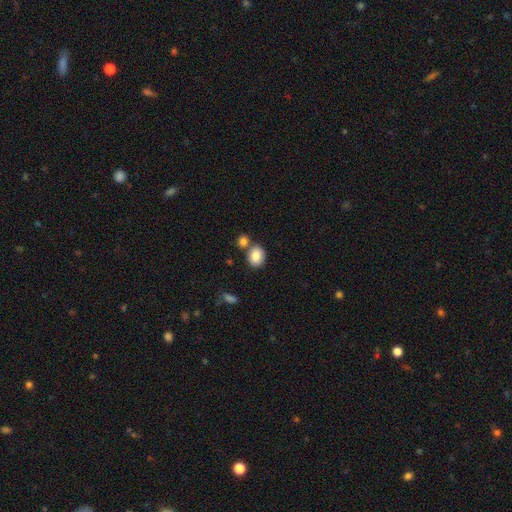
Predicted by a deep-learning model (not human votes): This is clearly a smooth galaxy (85%). How rounded: possibly in between (56%). Merging: likely none (62%).